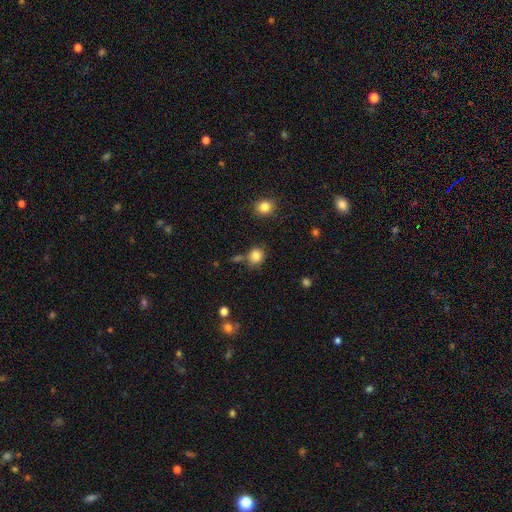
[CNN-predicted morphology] smooth-or-featured: smooth: 83% | star or artifact: 11% | featured or disk: 6%
  how-rounded: round: 77% | in between: 21% | cigar-shaped: 1%
  merging: none: 71% | minor disturbance: 14% | merger: 10% | major disturbance: 4%